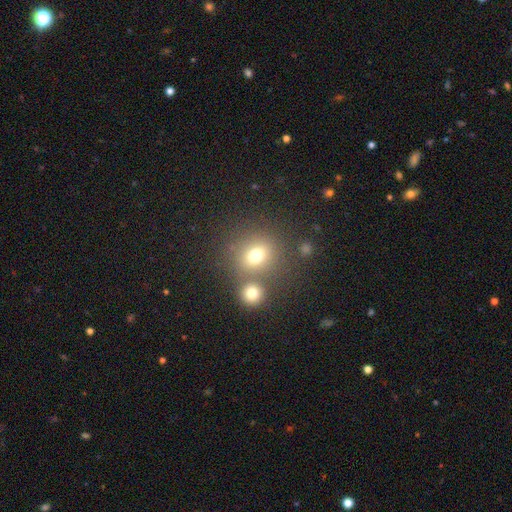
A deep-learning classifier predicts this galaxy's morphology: A smooth galaxy with no disk features (73%) that is round (75%).

Vote fractions:
- Smooth or featured? smooth: 73% / star or artifact: 16% / featured or disk: 11%
- How rounded? round: 75% / in between: 24% / cigar-shaped: 1%
- Merging? none: 61% / merger: 25% / minor disturbance: 9% / major disturbance: 5%